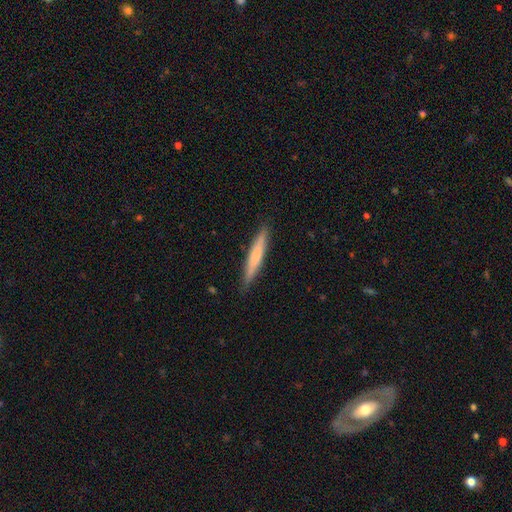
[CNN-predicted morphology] smooth 64%, featured or disk 31%, star or artifact 6%. Down the decision tree: how rounded — cigar-shaped (95%); merging — none (89%).